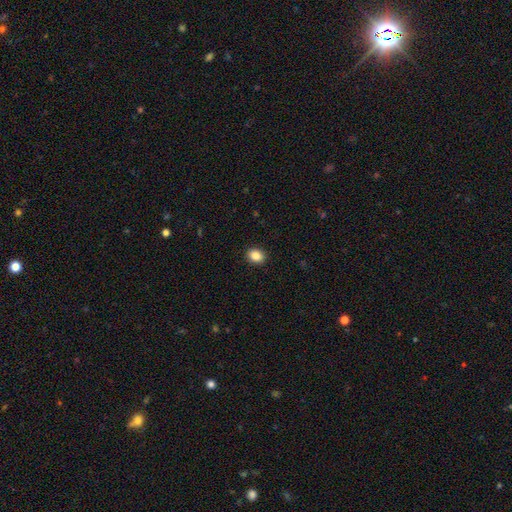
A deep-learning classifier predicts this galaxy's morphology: A smooth galaxy with no disk features (88%) that is in between round and cigar-shaped (60%). Merging: none (91%).